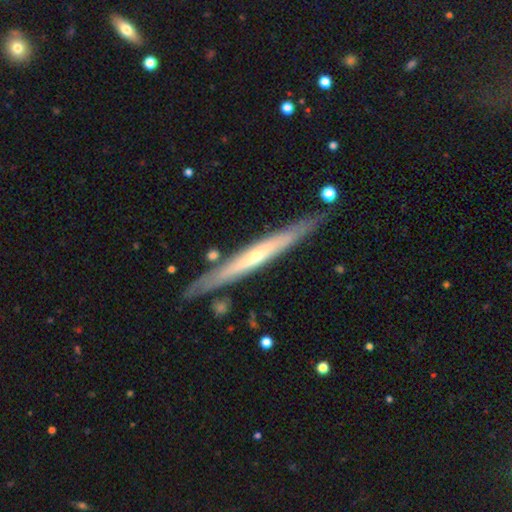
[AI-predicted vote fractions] smooth-or-featured: featured or disk: 72% | smooth: 22% | star or artifact: 5%
  disk-edge-on: yes: 93% | no: 7%
    edge-on-bulge: rounded: 57% | none: 41% | boxy: 3%
  merging: none: 85% | minor disturbance: 10% | merger: 3% | major disturbance: 2%